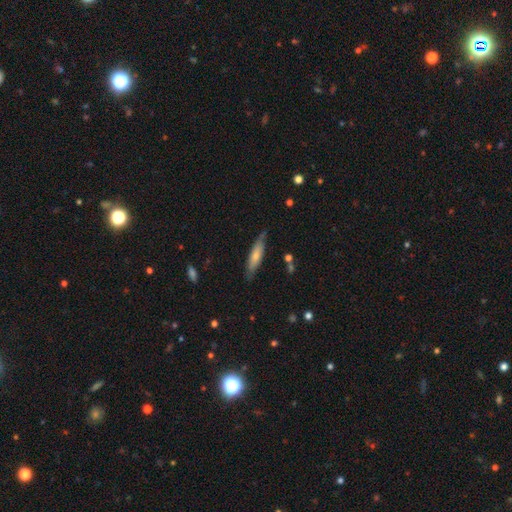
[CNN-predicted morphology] A smooth galaxy with no disk features (62%) that is cigar-shaped (76%). Merging: none (75%).